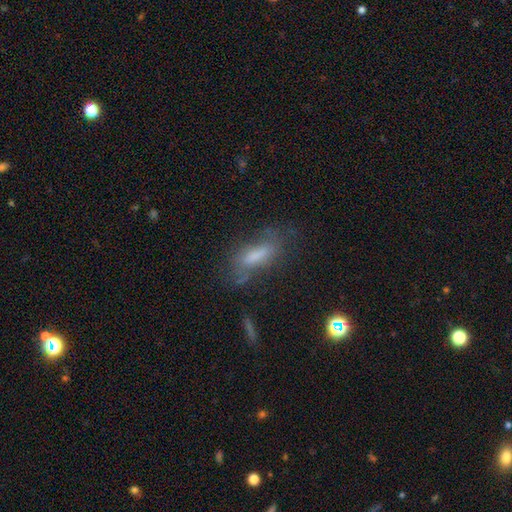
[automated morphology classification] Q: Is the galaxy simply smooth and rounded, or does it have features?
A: smooth — 61%.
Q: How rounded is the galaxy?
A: in between — 51%.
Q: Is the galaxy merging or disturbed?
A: none — 52%.